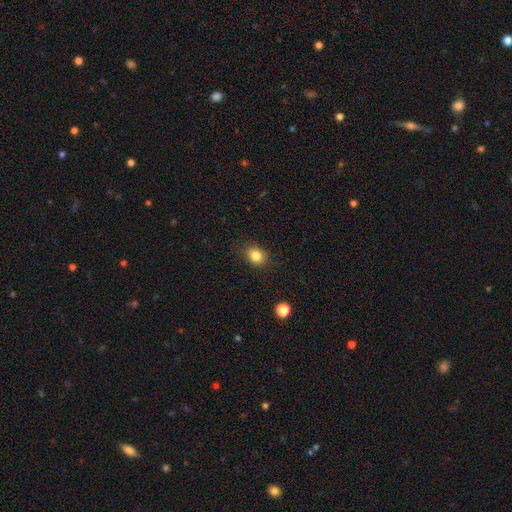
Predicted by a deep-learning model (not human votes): A smooth galaxy with no disk features (84%) that is round (57%). Merging: none (87%).